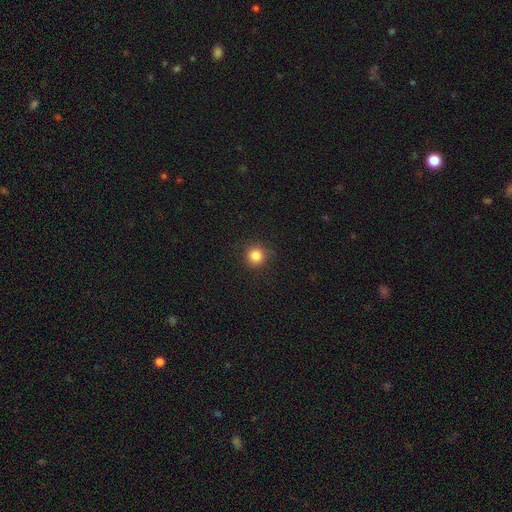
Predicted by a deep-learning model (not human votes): This appears to be a smooth galaxy with no disk features (84%) that is round (94%). Merging: none (89%).